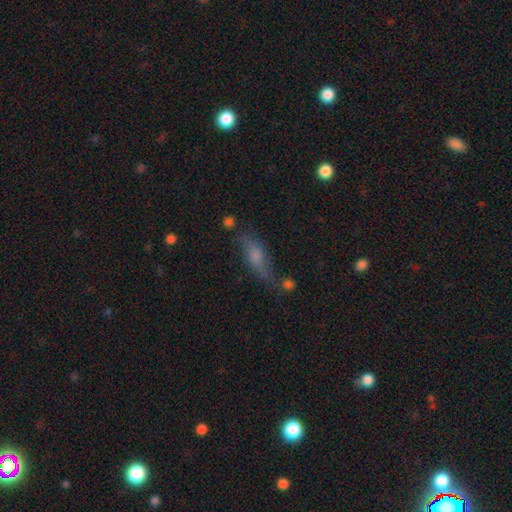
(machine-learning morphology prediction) Smooth or featured? smooth (46%)
Merging? none (56%)